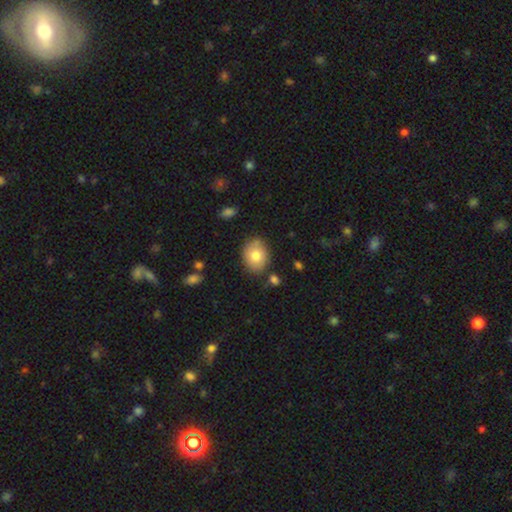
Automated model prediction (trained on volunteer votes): A smooth galaxy with no disk features (78%) that is in between round and cigar-shaped (53%). Merging: none (80%).